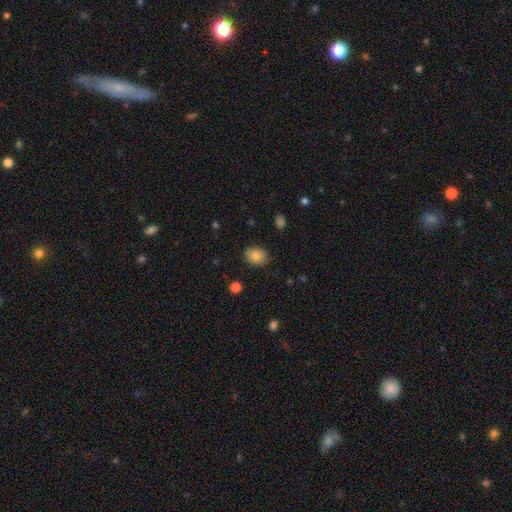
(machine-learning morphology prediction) A smooth galaxy with no disk features (81%) that is in between round and cigar-shaped (59%).

Vote fractions:
- Smooth or featured? smooth: 81% / featured or disk: 10% / star or artifact: 8%
- How rounded? in between: 59% / round: 40% / cigar-shaped: 1%
- Merging? none: 84% / minor disturbance: 13% / major disturbance: 2% / merger: 1%